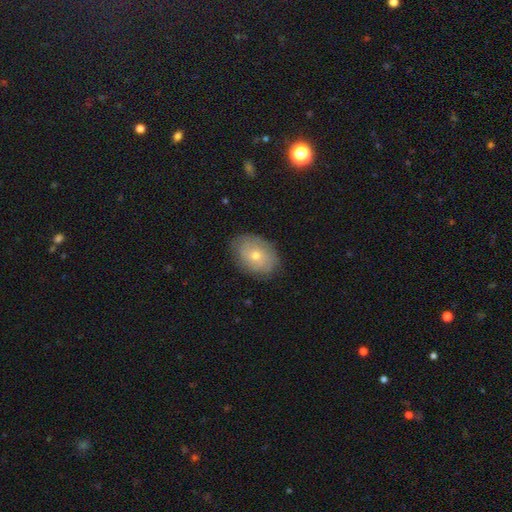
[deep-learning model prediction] Morphology: type=smooth (47%); merging=none (80%).